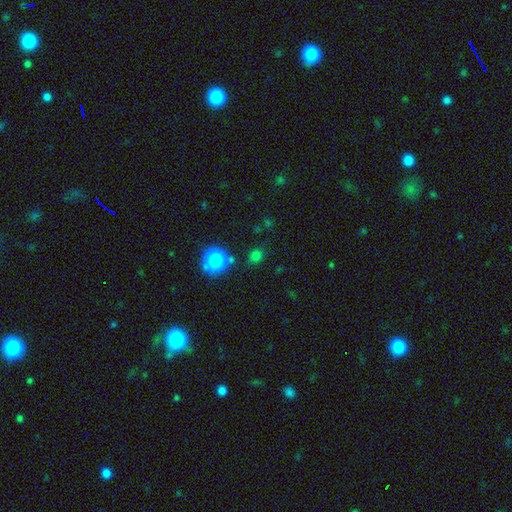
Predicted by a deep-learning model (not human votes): Overall: smooth (69%). How rounded: round (77%). Merging: none (78%).